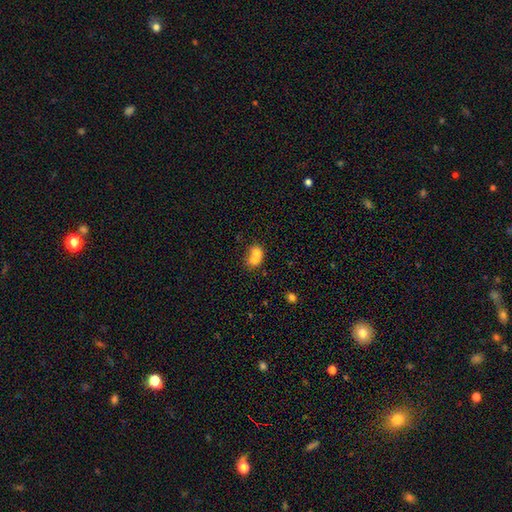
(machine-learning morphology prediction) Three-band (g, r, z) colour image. It shows a smooth galaxy with no disk features (68%) that is round (56%). Merging: merger (71%).